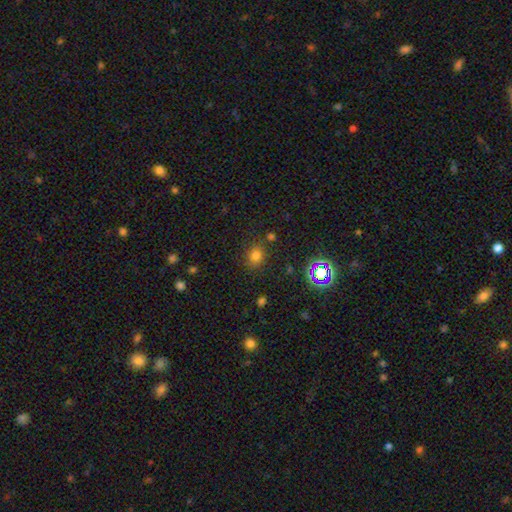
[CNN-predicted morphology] smooth-or-featured: smooth: 72% | star or artifact: 21% | featured or disk: 7%
  how-rounded: round: 70% | in between: 29% | cigar-shaped: 1%
  merging: none: 80% | minor disturbance: 11% | merger: 5% | major disturbance: 4%